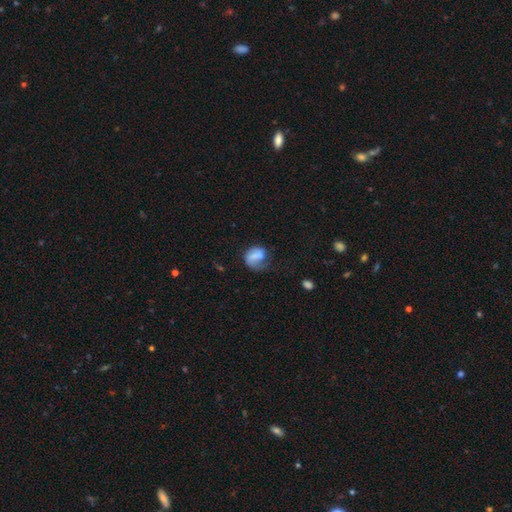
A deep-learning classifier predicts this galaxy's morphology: type=smooth (51%); roundness=round (55%); merging=major disturbance (36%).